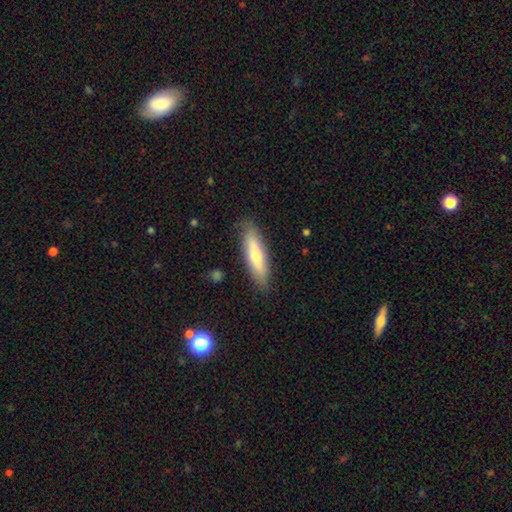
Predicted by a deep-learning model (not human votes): The model was most divided on "smooth or featured": smooth: 56%, featured or disk: 38%, star or artifact: 7%. More confident: merging — none (86%); how rounded — cigar-shaped (68%).